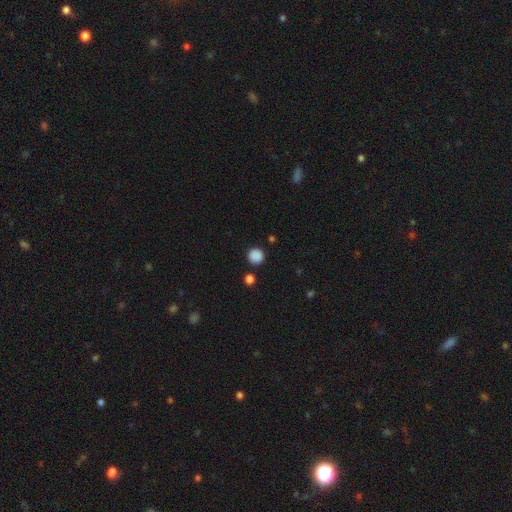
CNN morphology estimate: Smooth or featured: smooth — 87% (star or artifact — 10%)
How rounded: round — 93% (in between — 6%)
Merging: none — 87% (minor disturbance — 7%)